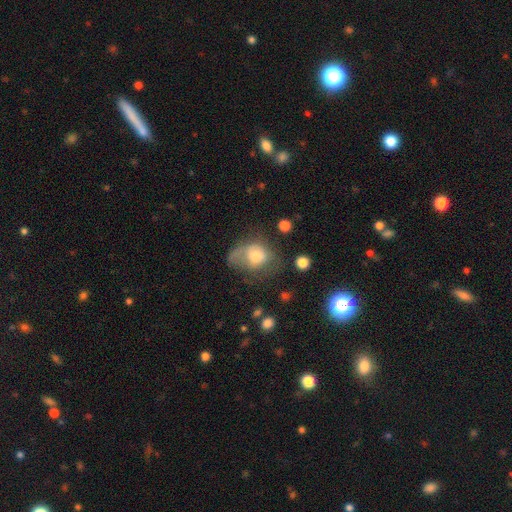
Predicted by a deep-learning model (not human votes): smooth 63%, featured or disk 28%, star or artifact 10%. Down the decision tree: how rounded — in between (50%); merging — major disturbance (41%).